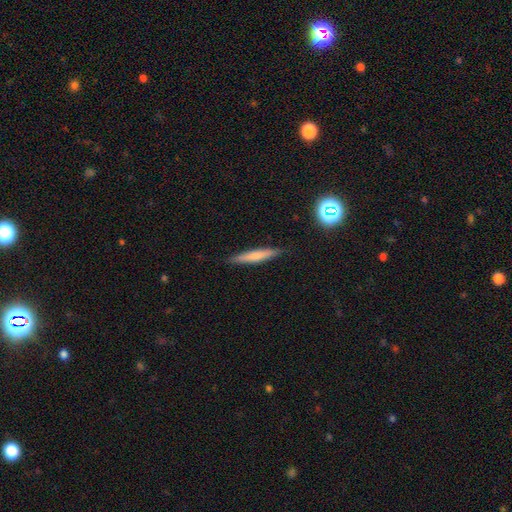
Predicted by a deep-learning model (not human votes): This is likely a smooth galaxy (62%). How rounded: clearly cigar-shaped (93%). Merging: clearly none (89%).